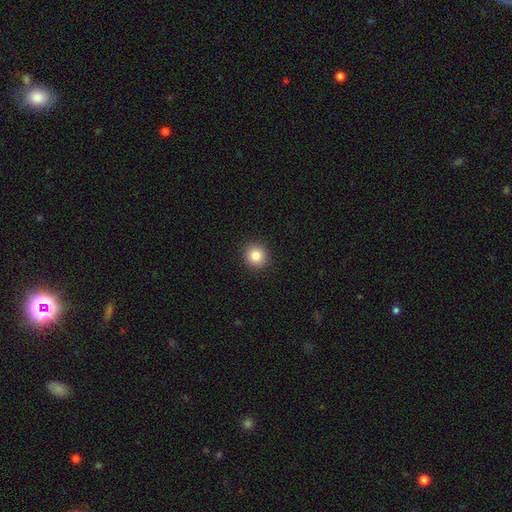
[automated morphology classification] This is clearly a smooth galaxy (85%). How rounded: clearly round (91%). Merging: clearly none (92%).